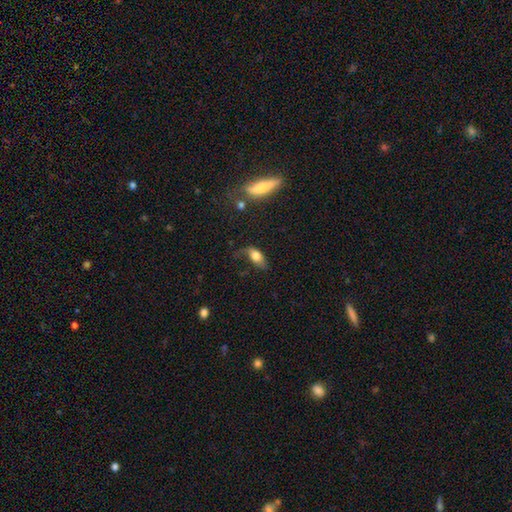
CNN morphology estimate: This appears to be a smooth galaxy with no disk features (69%) that is in between round and cigar-shaped (84%). Merging: major disturbance (34%).